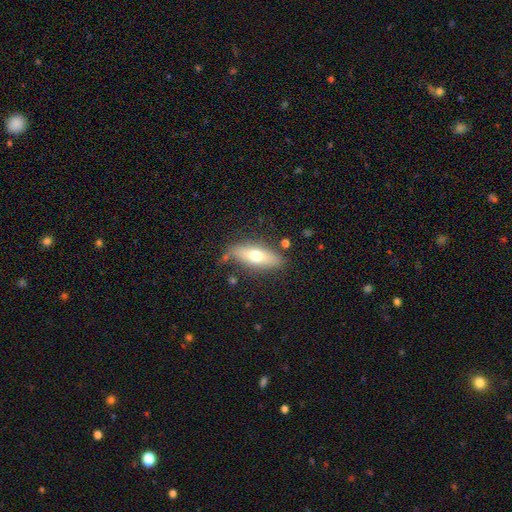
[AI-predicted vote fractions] smooth 59%, featured or disk 34%, star or artifact 7%. Down the decision tree: how rounded — in between (57%); merging — none (75%).